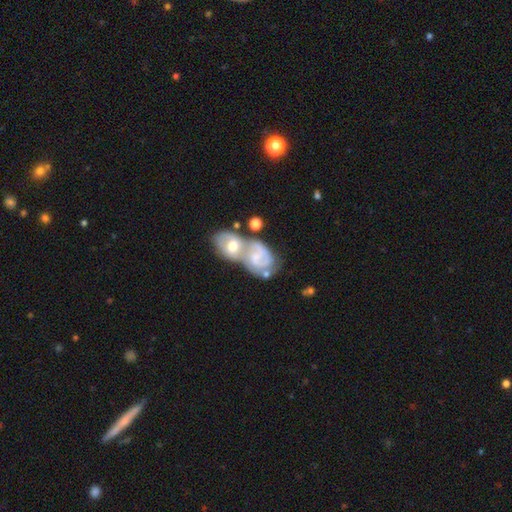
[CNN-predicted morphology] Q: Smooth or featured?
A: featured or disk (70%); runner-up: smooth (22%)
Q: Edge-on disk?
A: no (96%); runner-up: yes (4%)
Q: Bar?
A: no (60%); runner-up: weak (32%)
Q: Spiral arms?
A: yes (79%); runner-up: no (21%)
Q: Spiral winding?
A: tight (51%); runner-up: medium (36%)
Q: Spiral arm count?
A: 2 (43%); runner-up: can't tell (37%)
Q: Bulge size?
A: moderate (40%); tied with: small (40%)
Q: Merging?
A: merger (64%); runner-up: none (20%)